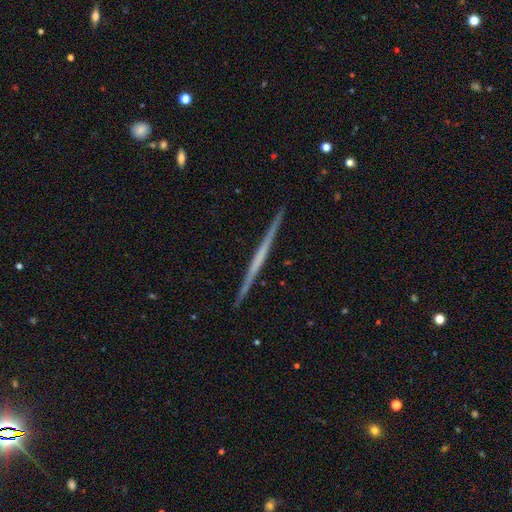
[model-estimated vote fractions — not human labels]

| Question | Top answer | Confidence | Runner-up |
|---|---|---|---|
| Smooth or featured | featured or disk | 69% | smooth (24%) |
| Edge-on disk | yes | 98% | no (2%) |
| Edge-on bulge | none | 74% | rounded (20%) |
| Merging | none | 92% | minor disturbance (6%) |